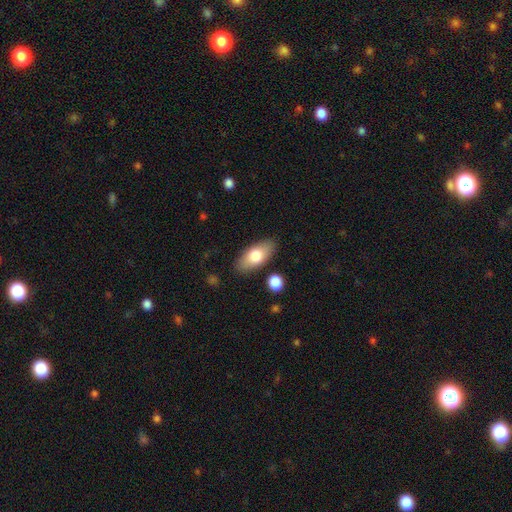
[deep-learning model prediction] This is likely a smooth galaxy (74%). How rounded: clearly in between (86%). Merging: clearly none (85%).